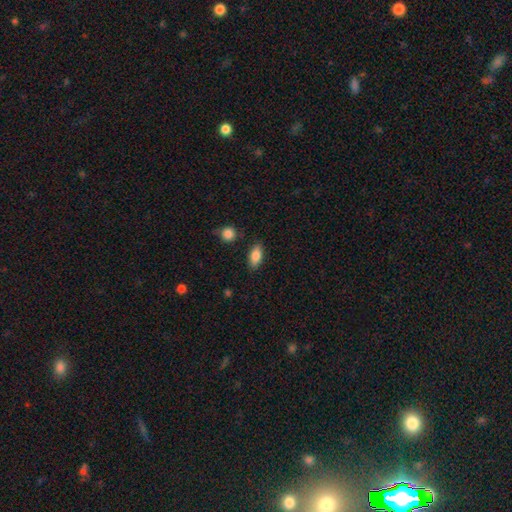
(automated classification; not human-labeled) A smooth galaxy with no disk features (84%) that is in between round and cigar-shaped (86%).

Vote fractions:
- Smooth or featured? smooth: 84% / featured or disk: 9% / star or artifact: 7%
- How rounded? in between: 86% / cigar-shaped: 10% / round: 4%
- Merging? none: 84% / minor disturbance: 11% / major disturbance: 3% / merger: 3%